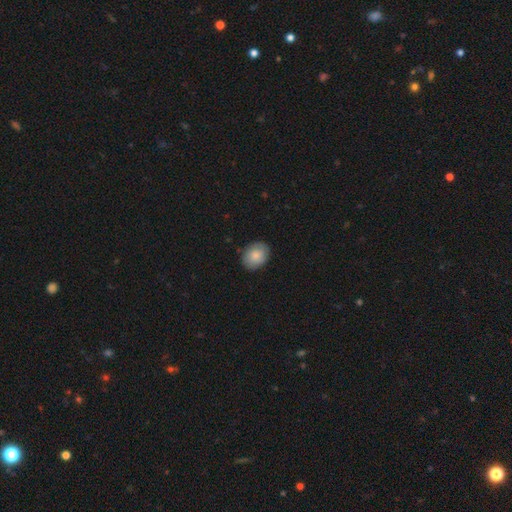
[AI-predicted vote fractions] Q: Smooth or featured?
A: smooth (78%); runner-up: featured or disk (16%)
Q: How rounded?
A: in between (60%); runner-up: round (39%)
Q: Merging?
A: none (85%); runner-up: minor disturbance (11%)